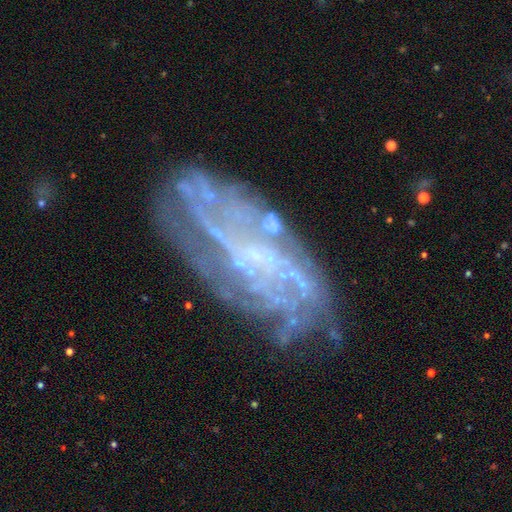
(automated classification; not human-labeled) Smooth or featured?
  - featured or disk: 77% *
  - smooth: 12%
  - star or artifact: 10%
Edge-on disk?
  - no: 92% *
  - yes: 8%
Bar?
  - no: 54% *
  - weak: 31%
  - strong: 15%
Spiral arms?
  - yes: 75% *
  - no: 25%
Spiral winding?
  - tight: 51% *
  - medium: 31%
  - loose: 18%
Spiral arm count?
  - can't tell: 51% *
  - 2: 12%
  - 4: 11%
  - 3: 11%
  - more than 4: 9%
  - 1: 7%
Bulge size?
  - small: 47% *
  - none: 43%
  - moderate: 8%
  - large: 1%
  - dominant: 1%
Merging?
  - none: 65% *
  - minor disturbance: 19%
  - major disturbance: 13%
  - merger: 4%